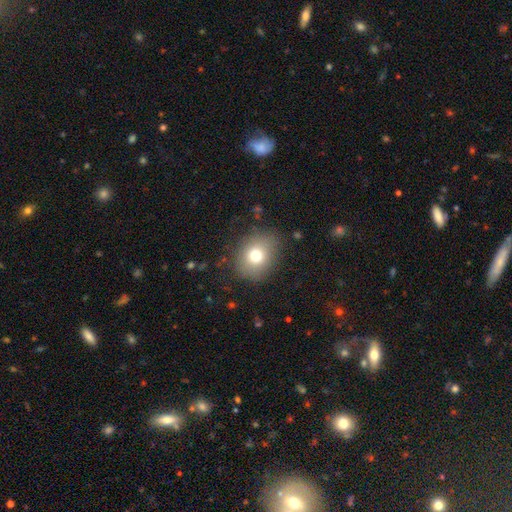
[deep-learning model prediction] Overall: smooth (74%). How rounded: round (60%; in between 39%). Merging: none (83%).